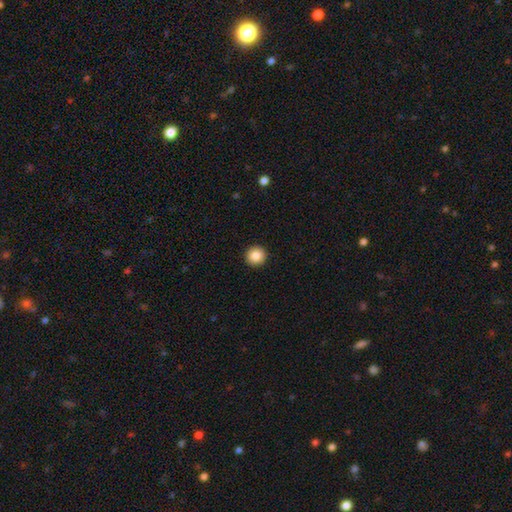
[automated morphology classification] Overall: smooth (86%). How rounded: round (95%). Merging: none (94%).